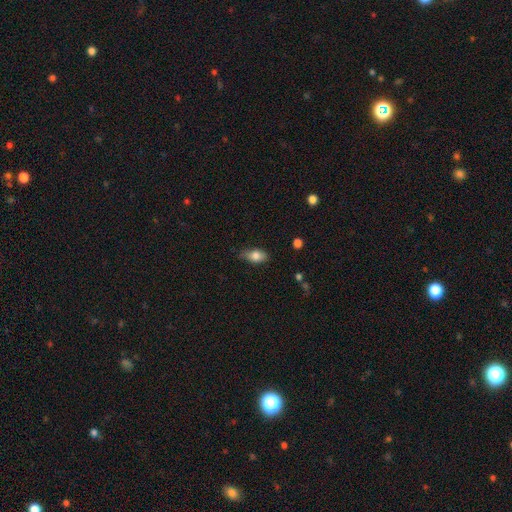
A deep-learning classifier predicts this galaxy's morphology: Smooth or featured?
  - smooth: 77% *
  - featured or disk: 15%
  - star or artifact: 7%
How rounded?
  - in between: 86% *
  - cigar-shaped: 7%
  - round: 7%
Merging?
  - none: 68% *
  - minor disturbance: 26%
  - major disturbance: 5%
  - merger: 1%